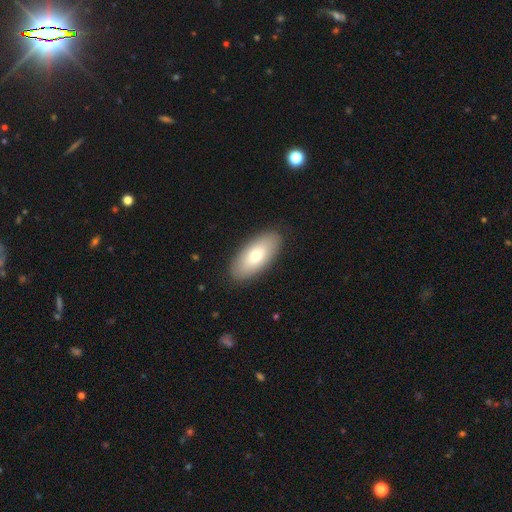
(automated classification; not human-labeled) Smooth or featured? smooth (77%)
How rounded? in between (89%)
Merging? none (88%)